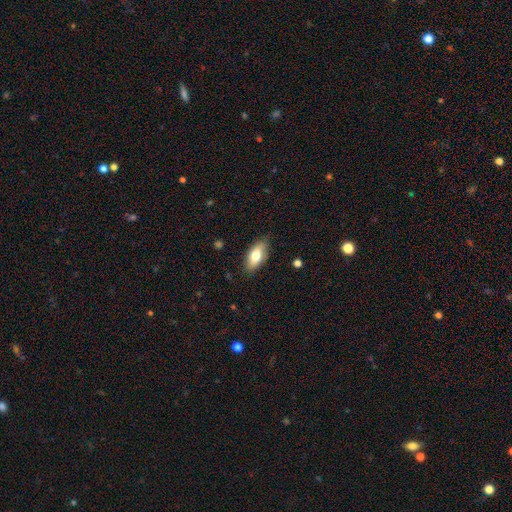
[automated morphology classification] This is likely a smooth galaxy (74%). How rounded: clearly in between (87%). Merging: clearly none (83%).